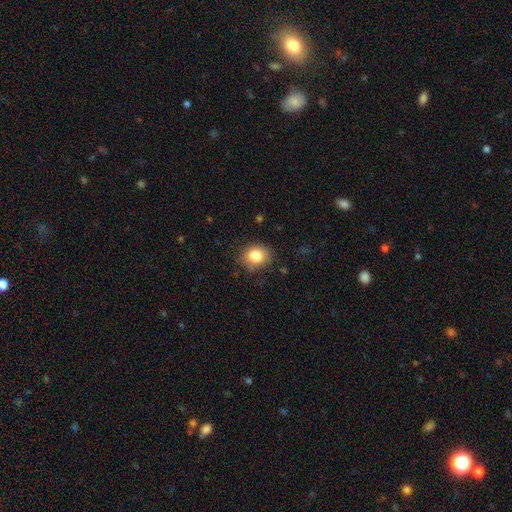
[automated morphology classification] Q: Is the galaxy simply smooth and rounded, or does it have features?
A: smooth — 82%.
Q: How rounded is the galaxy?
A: round — 72%.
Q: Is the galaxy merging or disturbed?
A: none — 82%.